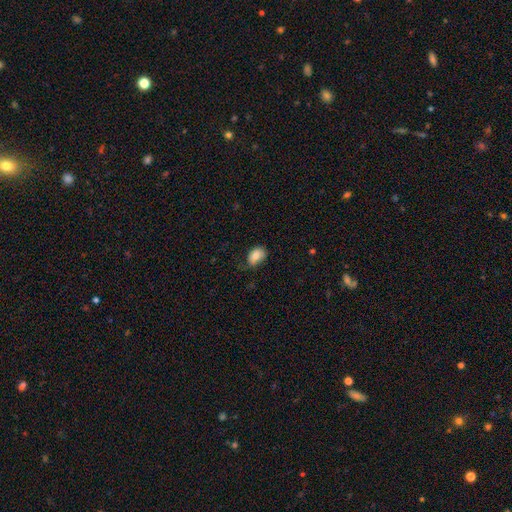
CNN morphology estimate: Smooth or featured: smooth — 82% (featured or disk — 10%)
How rounded: in between — 79% (round — 19%)
Merging: none — 58% (minor disturbance — 32%)